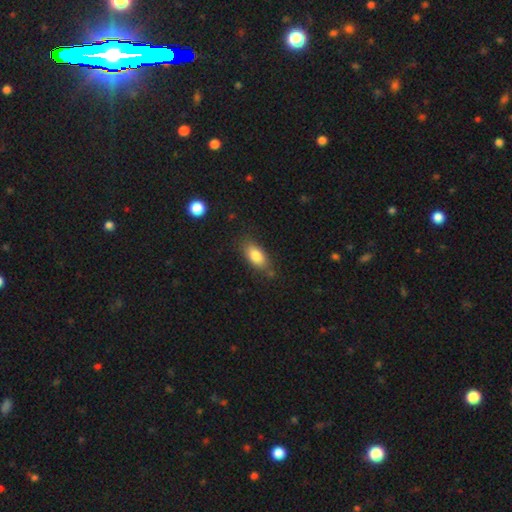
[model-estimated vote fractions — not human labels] Q: Smooth or featured?
A: smooth (82%); runner-up: featured or disk (11%)
Q: How rounded?
A: in between (86%); runner-up: cigar-shaped (9%)
Q: Merging?
A: none (75%); runner-up: minor disturbance (18%)